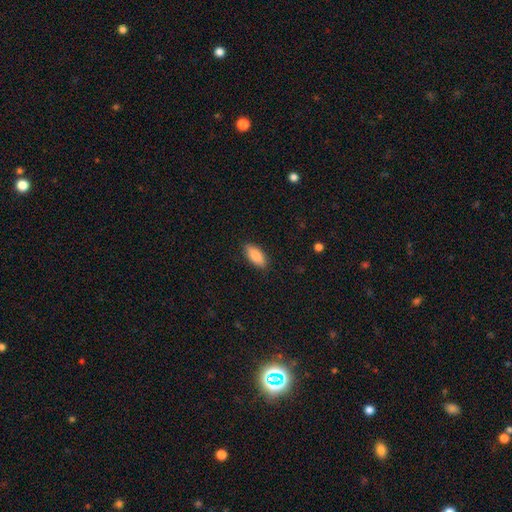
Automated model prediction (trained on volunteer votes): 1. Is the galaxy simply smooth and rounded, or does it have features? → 86% smooth, 7% featured or disk, 6% star or artifact.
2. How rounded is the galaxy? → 84% in between, 14% cigar-shaped, 2% round.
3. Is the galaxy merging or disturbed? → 87% none, 10% minor disturbance, 2% major disturbance, 1% merger.